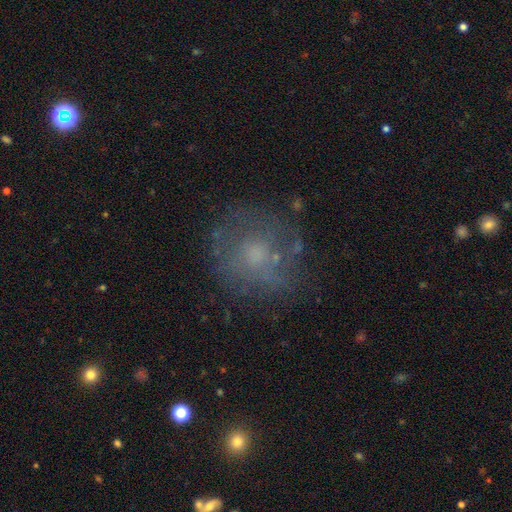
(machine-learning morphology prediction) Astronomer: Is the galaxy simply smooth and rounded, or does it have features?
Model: smooth — 44% (runner-up: featured or disk, 41%).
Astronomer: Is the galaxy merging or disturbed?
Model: none — 69%.